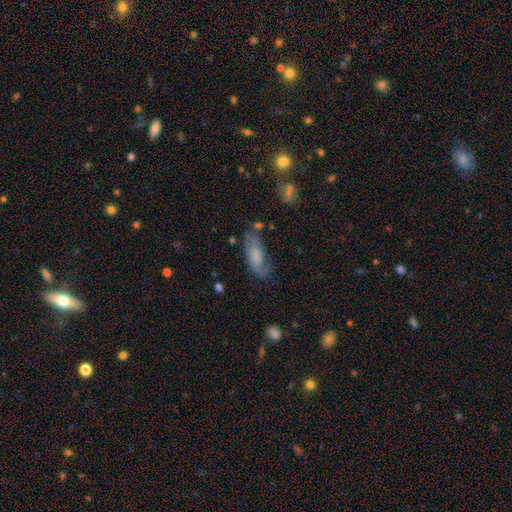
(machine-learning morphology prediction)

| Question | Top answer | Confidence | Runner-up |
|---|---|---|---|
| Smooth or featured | smooth | 49% | featured or disk (42%) |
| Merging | none | 55% | minor disturbance (26%) |